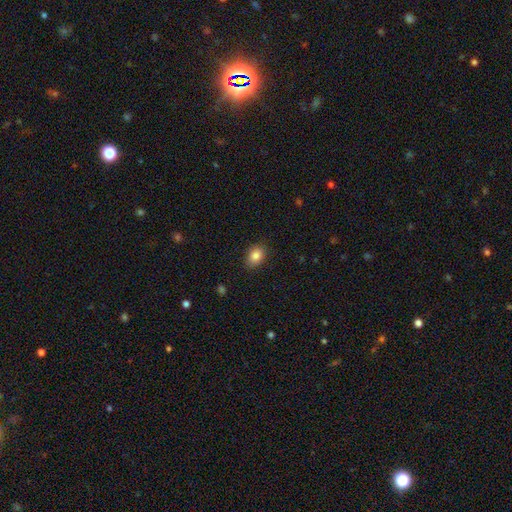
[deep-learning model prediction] Smooth or featured: smooth — 85% (star or artifact — 9%)
How rounded: in between — 69% (round — 30%)
Merging: none — 86% (minor disturbance — 10%)